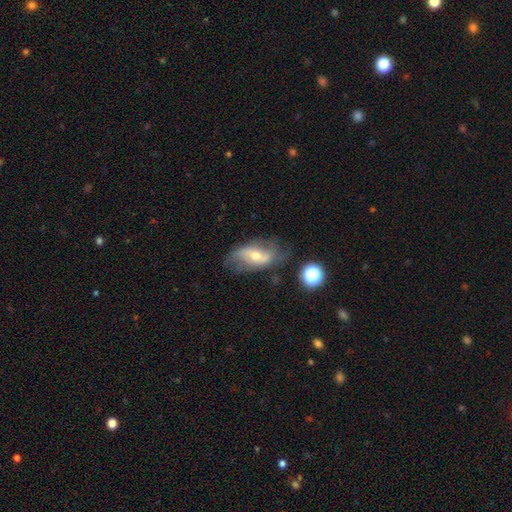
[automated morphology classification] The model was most divided on "bar": weak: 40%, no: 38%, strong: 23%. More confident: edge-on disk — no (91%); spiral arms — yes (81%); smooth or featured — featured or disk (65%); merging — none (58%); bulge size — moderate (54%).